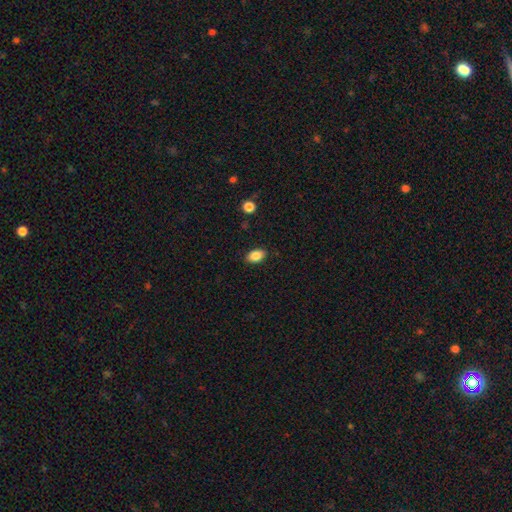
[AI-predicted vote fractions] Q: Smooth or featured?
A: smooth (86%); runner-up: star or artifact (8%)
Q: How rounded?
A: in between (89%); runner-up: round (9%)
Q: Merging?
A: none (88%); runner-up: minor disturbance (9%)